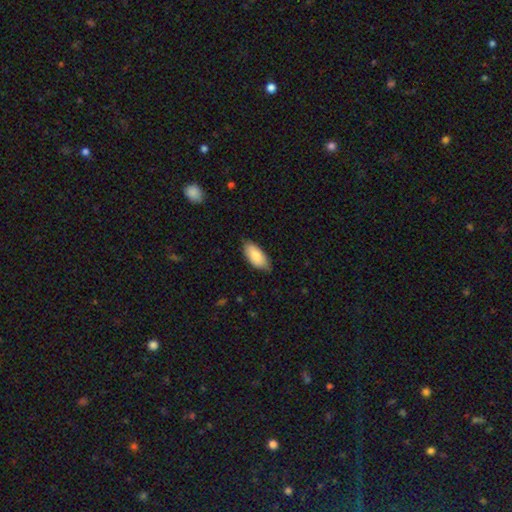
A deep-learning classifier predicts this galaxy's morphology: Overall: smooth (84%). How rounded: in between (90%). Merging: none (76%).